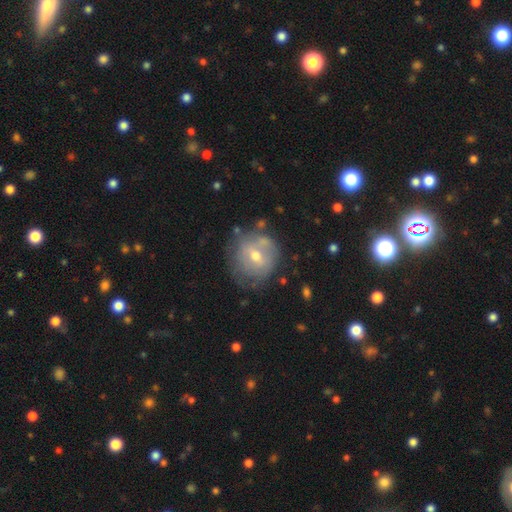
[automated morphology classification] smooth-or-featured: featured or disk: 51% | smooth: 40% | star or artifact: 9%
  disk-edge-on: no: 95% | yes: 5%
  merging: none: 62% | minor disturbance: 23% | major disturbance: 10% | merger: 4%